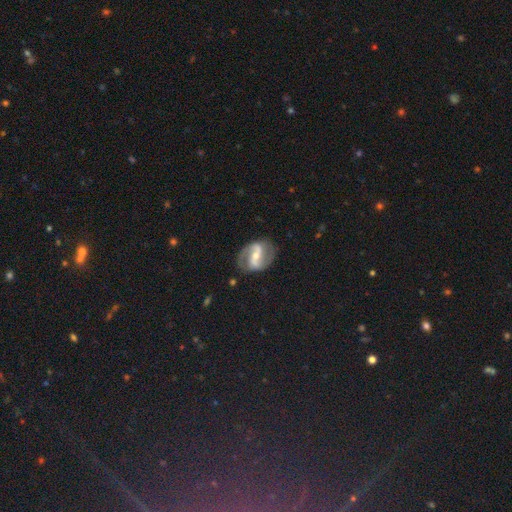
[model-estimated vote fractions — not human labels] Smooth or featured? Predicted: featured or disk (p=0.87). Edge-on disk? Predicted: no (p=0.97). Bar? Predicted: strong (p=0.52). Spiral arms? Predicted: yes (p=0.94). Spiral winding? Predicted: medium (p=0.51). Spiral arm count? Predicted: 2 (p=0.92). Bulge size? Predicted: moderate (p=0.50). Merging? Predicted: none (p=0.79).